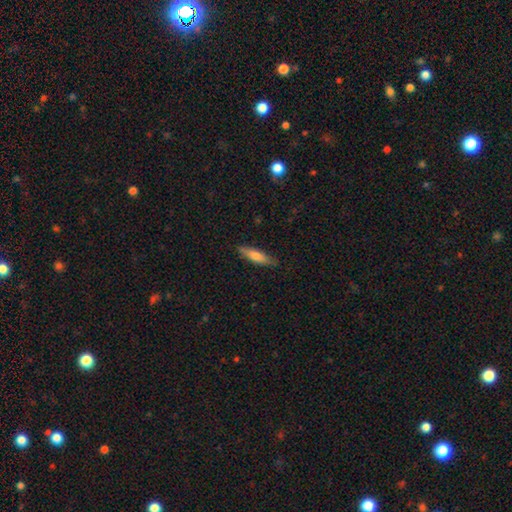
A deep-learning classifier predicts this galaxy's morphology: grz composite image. It shows a smooth galaxy with no disk features (70%) that is cigar-shaped (69%). Merging: none (85%).